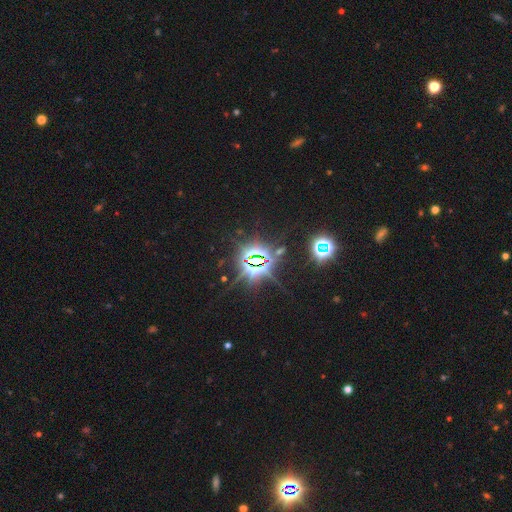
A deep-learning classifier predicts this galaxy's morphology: Q: Smooth or featured?
A: star or artifact (85%); runner-up: featured or disk (8%)